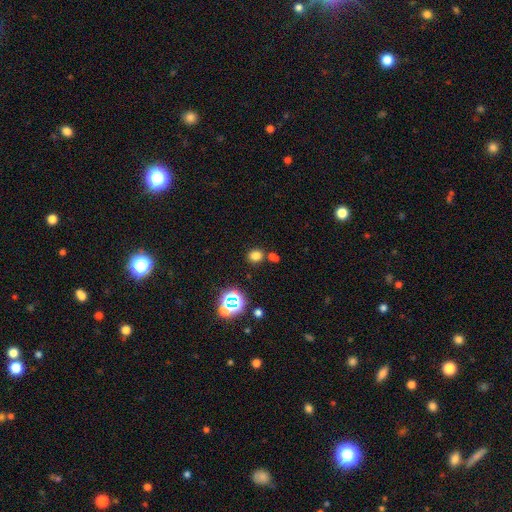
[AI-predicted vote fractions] A smooth galaxy with no disk features (72%) that is round (67%).

Vote fractions:
- Smooth or featured? smooth: 72% / star or artifact: 22% / featured or disk: 6%
- How rounded? round: 67% / in between: 32% / cigar-shaped: 1%
- Merging? none: 73% / merger: 14% / minor disturbance: 9% / major disturbance: 3%